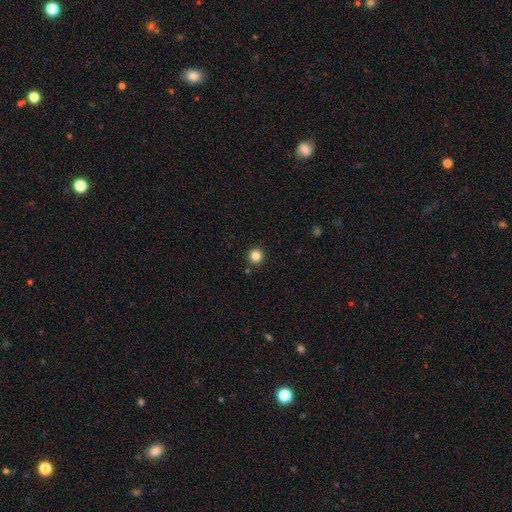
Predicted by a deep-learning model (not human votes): Smooth or featured? Predicted: smooth (p=0.84). How rounded? Predicted: round (p=0.94). Merging? Predicted: none (p=0.90).